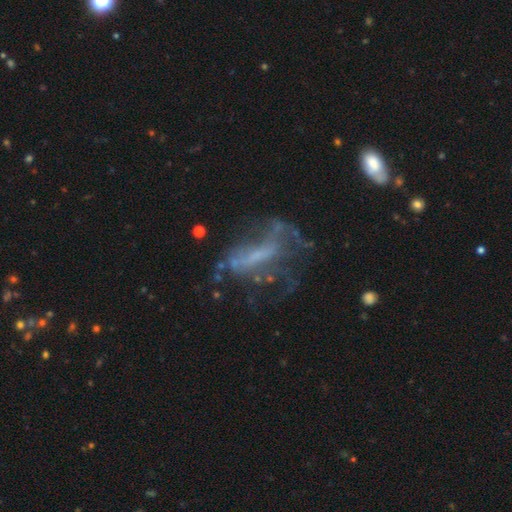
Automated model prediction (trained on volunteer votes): This is likely a featured or disk galaxy (60%). It is clearly not viewed edge-on (86%). Bar: possibly no (50%). Spiral arm pattern: likely no (66%). Central bulge: possibly none (53%). Merging: marginally major disturbance (38%).